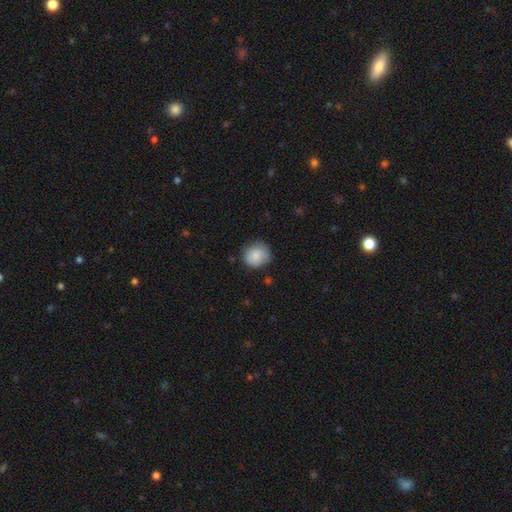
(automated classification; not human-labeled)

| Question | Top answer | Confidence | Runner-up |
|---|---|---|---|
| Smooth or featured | smooth | 84% | featured or disk (8%) |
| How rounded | round | 86% | in between (13%) |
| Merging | none | 74% | minor disturbance (20%) |